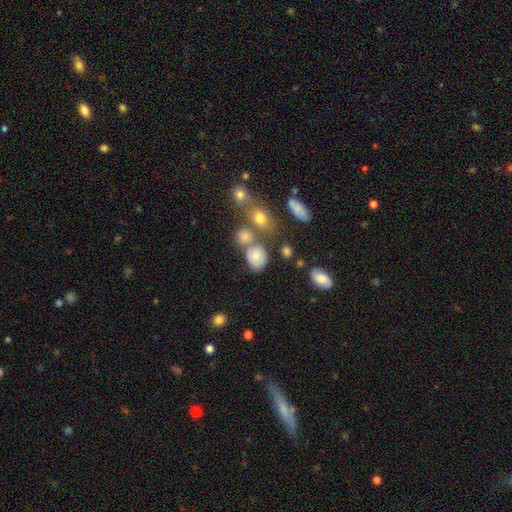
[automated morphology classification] smooth_or_featured: smooth (p=0.70) [alt: featured or disk p=0.19]
how_rounded: round (p=0.55) [alt: in between p=0.44]
merging: none (p=0.50) [alt: merger p=0.25]